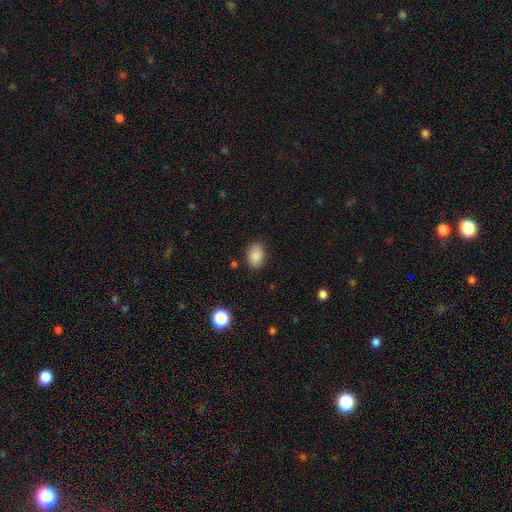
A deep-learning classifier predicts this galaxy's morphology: Overall: smooth (87%). How rounded: in between (81%). Merging: none (85%).